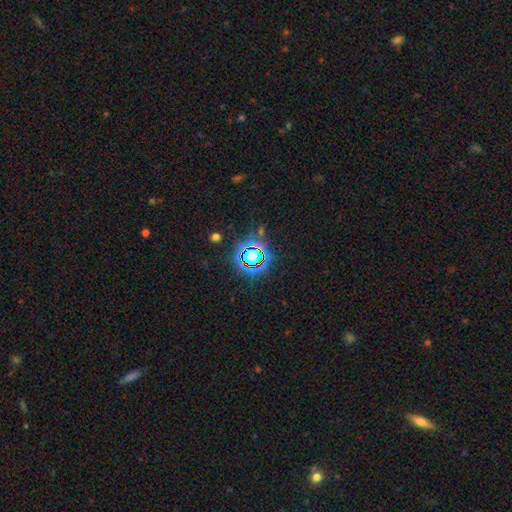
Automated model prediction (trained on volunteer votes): Smooth or featured? Predicted: star or artifact (p=0.77).